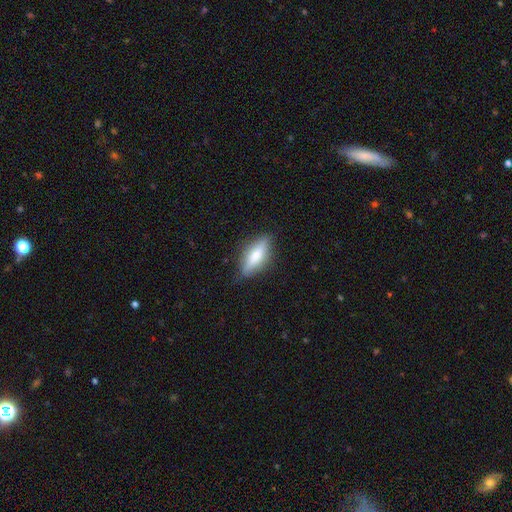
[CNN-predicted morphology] This appears to be a smooth galaxy with no disk features (54%) that is in between round and cigar-shaped (51%). Merging: none (81%).